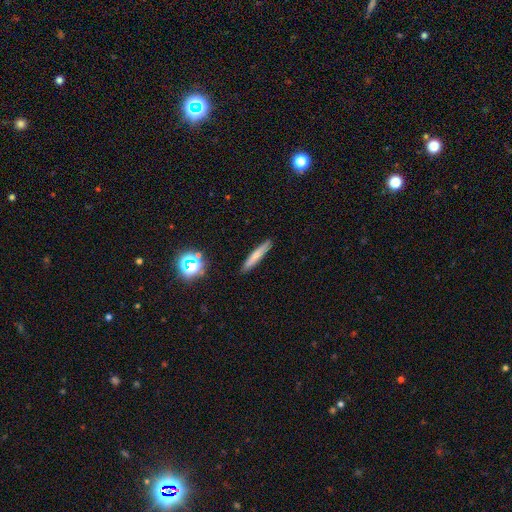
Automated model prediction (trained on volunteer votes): A smooth galaxy with no disk features (68%) that is cigar-shaped (92%). Merging: none (89%).